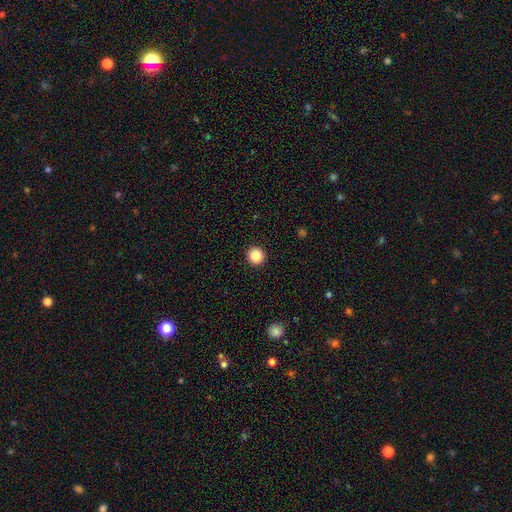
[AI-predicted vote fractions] The model was most divided on "smooth or featured": smooth: 86%, star or artifact: 10%, featured or disk: 4%. More confident: how rounded — round (94%); merging — none (93%).